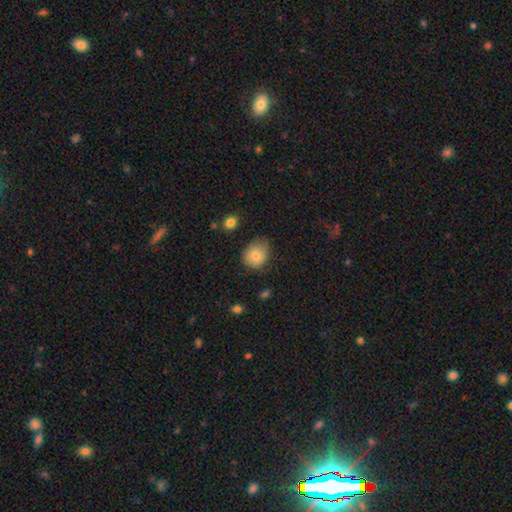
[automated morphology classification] smooth_or_featured: smooth (p=0.79) [alt: featured or disk p=0.12]
how_rounded: round (p=0.56) [alt: in between p=0.43]
merging: none (p=0.62) [alt: minor disturbance p=0.30]